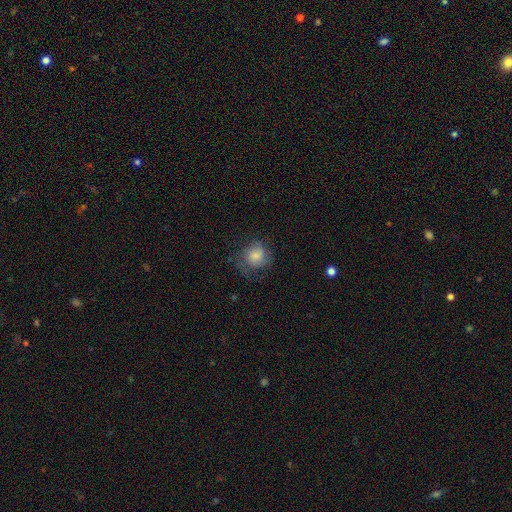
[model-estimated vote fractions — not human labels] The model was most divided on "merging": none: 54%, minor disturbance: 25%, major disturbance: 19%, merger: 1%. More confident: how rounded — round (79%); smooth or featured — smooth (65%).